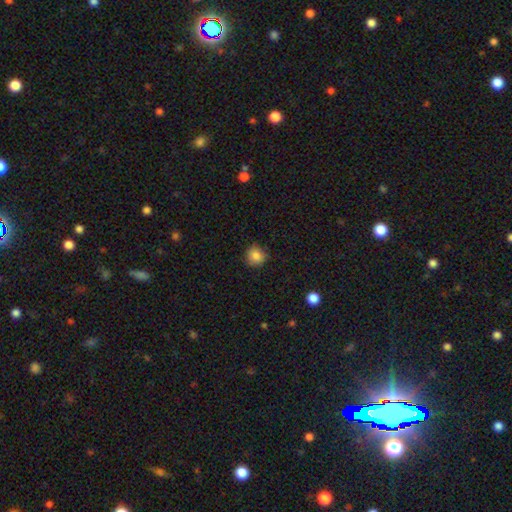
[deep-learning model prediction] smooth_or_featured: smooth (p=0.84) [alt: star or artifact p=0.10]
how_rounded: round (p=0.90) [alt: in between p=0.09]
merging: none (p=0.82) [alt: minor disturbance p=0.14]